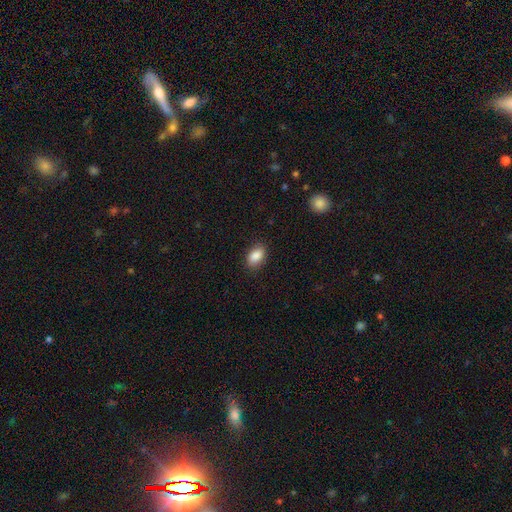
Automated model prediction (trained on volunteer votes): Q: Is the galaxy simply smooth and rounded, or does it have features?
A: smooth — 88%.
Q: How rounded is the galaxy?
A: in between — 88%.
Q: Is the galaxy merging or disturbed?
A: none — 86%.